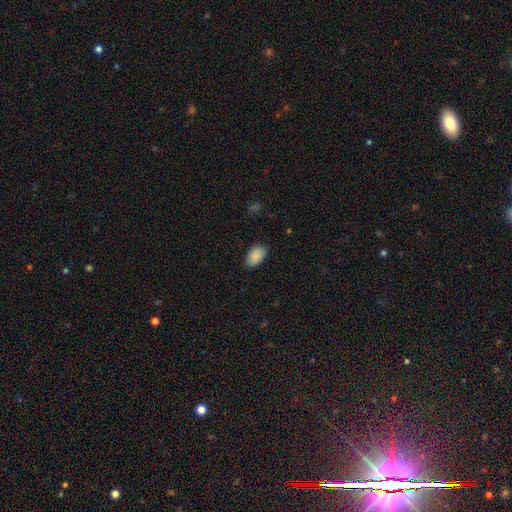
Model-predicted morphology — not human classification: Smooth or featured: smooth — 89% (star or artifact — 7%)
How rounded: in between — 91% (round — 8%)
Merging: none — 81% (minor disturbance — 16%)